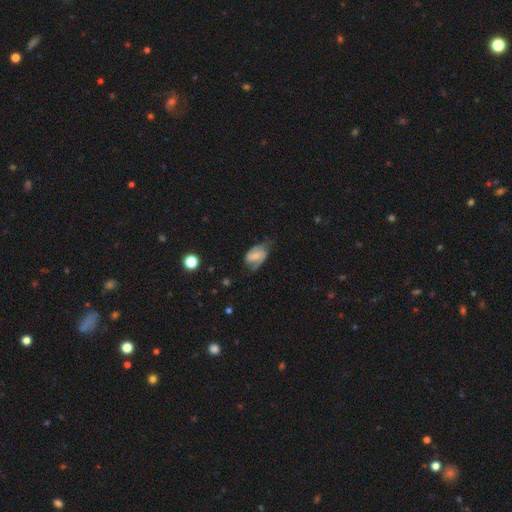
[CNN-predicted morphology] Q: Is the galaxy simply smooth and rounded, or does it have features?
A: featured or disk — 63%.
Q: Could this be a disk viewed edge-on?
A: no — 96%.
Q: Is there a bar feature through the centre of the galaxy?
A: weak — 48%.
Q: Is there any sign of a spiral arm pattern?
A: yes — 88%.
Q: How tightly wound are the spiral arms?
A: medium — 44%.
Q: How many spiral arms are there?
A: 2 — 78%.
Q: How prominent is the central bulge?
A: small — 45%.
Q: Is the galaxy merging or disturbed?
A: none — 54%.